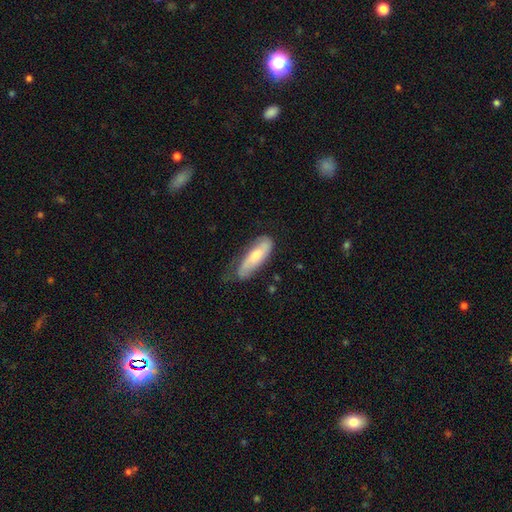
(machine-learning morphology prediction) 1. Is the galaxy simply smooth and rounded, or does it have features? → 62% smooth, 32% featured or disk, 6% star or artifact.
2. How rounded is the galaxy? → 49% in between (tied), 49% cigar-shaped (tied), 2% round.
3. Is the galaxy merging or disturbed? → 49% none, 35% minor disturbance, 13% major disturbance, 2% merger.